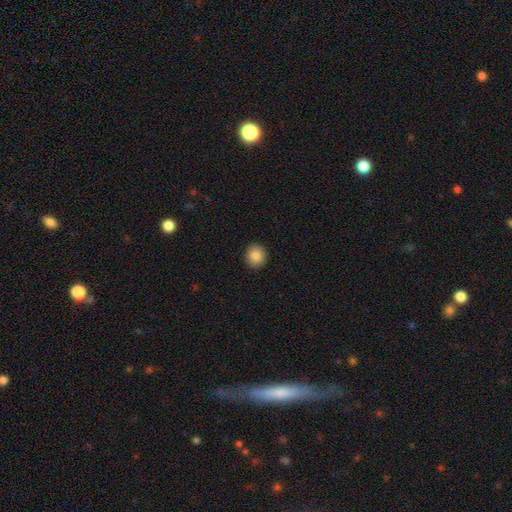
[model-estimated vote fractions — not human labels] Smooth or featured?
  - smooth: 85% *
  - star or artifact: 9%
  - featured or disk: 6%
How rounded?
  - round: 87% *
  - in between: 12%
  - cigar-shaped: 1%
Merging?
  - none: 92% *
  - minor disturbance: 5%
  - major disturbance: 2%
  - merger: 1%